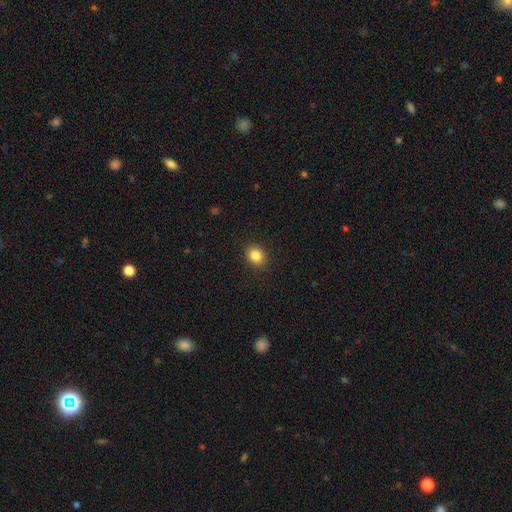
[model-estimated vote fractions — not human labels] Smooth or featured?
  - smooth: 85% *
  - star or artifact: 10%
  - featured or disk: 5%
How rounded?
  - round: 62% *
  - in between: 38%
  - cigar-shaped: 1%
Merging?
  - none: 90% *
  - minor disturbance: 7%
  - major disturbance: 2%
  - merger: 1%